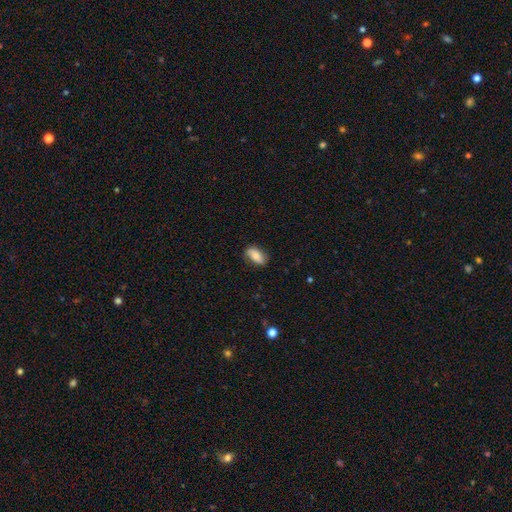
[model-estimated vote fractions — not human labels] Smooth or featured? smooth (75%)
How rounded? in between (89%)
Merging? none (82%)